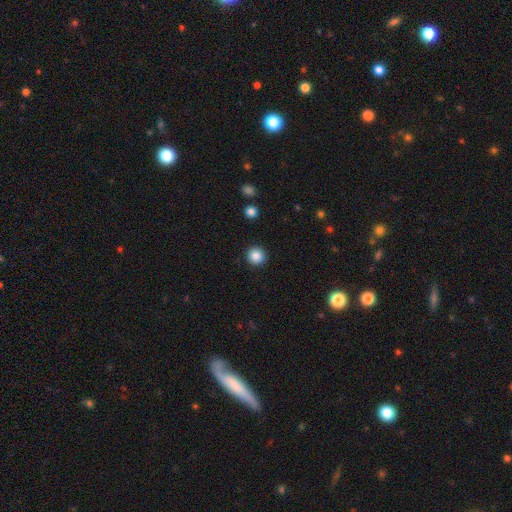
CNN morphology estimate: smooth_or_featured: smooth (p=0.87) [alt: star or artifact p=0.09]
how_rounded: round (p=0.94) [alt: in between p=0.05]
merging: none (p=0.93) [alt: minor disturbance p=0.05]